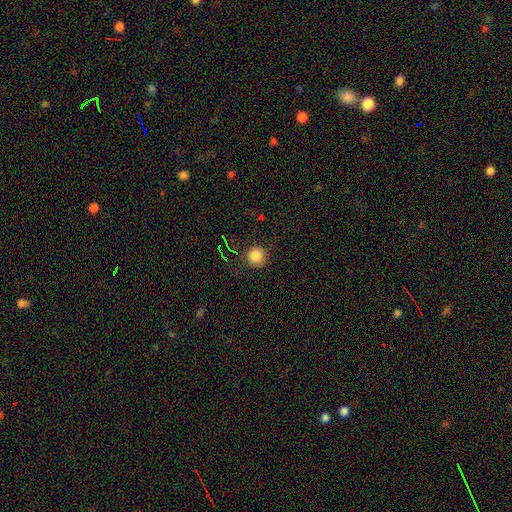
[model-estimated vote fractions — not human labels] Q: Smooth or featured?
A: smooth (81%); runner-up: star or artifact (14%)
Q: How rounded?
A: round (95%); runner-up: in between (4%)
Q: Merging?
A: none (88%); runner-up: minor disturbance (8%)